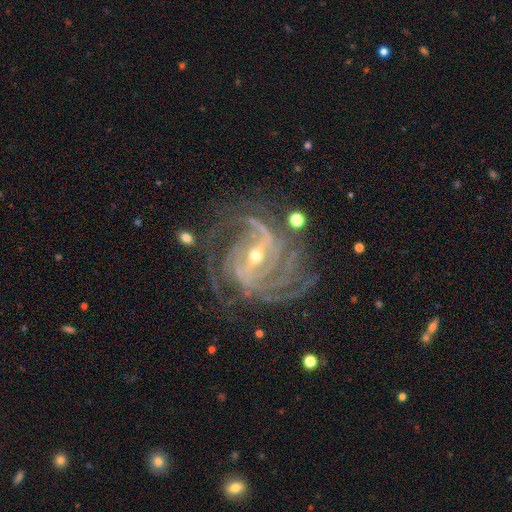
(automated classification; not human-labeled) Smooth or featured: featured or disk — 92% (star or artifact — 5%)
Edge-on disk: no — 97% (yes — 3%)
Bar: strong — 55% (weak — 33%)
Spiral arms: yes — 98% (no — 2%)
Spiral winding: tight — 62% (medium — 32%)
Spiral arm count: 4 — 32% (3 — 20%)
Bulge size: small — 61% (moderate — 36%)
Merging: none — 71% (minor disturbance — 16%)